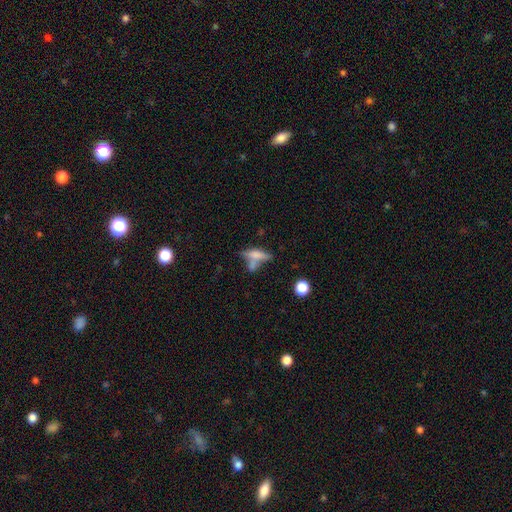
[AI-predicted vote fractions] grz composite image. It shows a smooth galaxy with no disk features (53%) that is cigar-shaped (62%). Merging: none (44%).